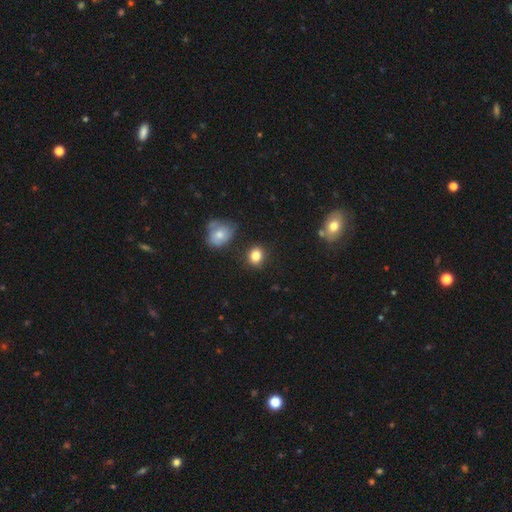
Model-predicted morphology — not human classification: Q: Smooth or featured?
A: smooth (83%); runner-up: star or artifact (11%)
Q: How rounded?
A: round (70%); runner-up: in between (29%)
Q: Merging?
A: none (85%); runner-up: minor disturbance (10%)